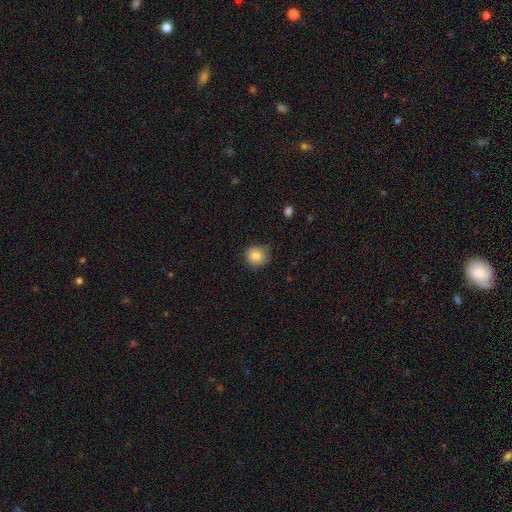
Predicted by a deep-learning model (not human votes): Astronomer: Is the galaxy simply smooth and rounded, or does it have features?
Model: smooth — 84%.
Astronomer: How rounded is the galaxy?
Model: round — 88%.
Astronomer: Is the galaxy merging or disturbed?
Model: none — 79%.